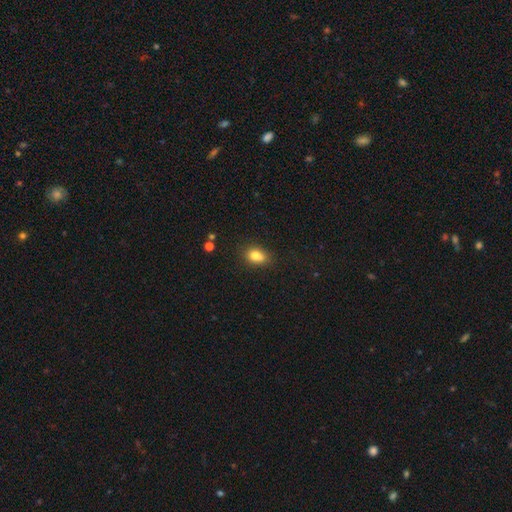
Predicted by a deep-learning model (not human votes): Smooth or featured? smooth (77%)
How rounded? in between (67%)
Merging? none (52%)